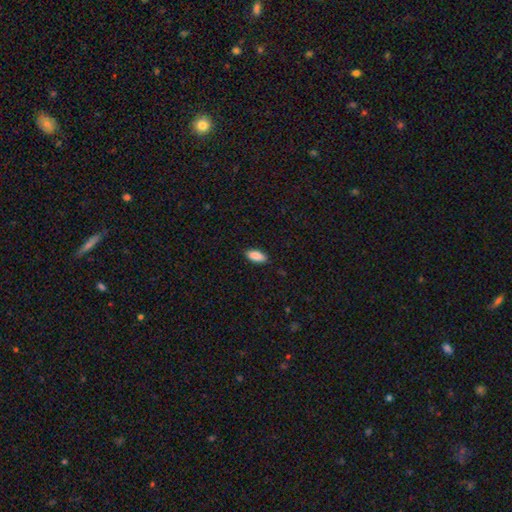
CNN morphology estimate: Q: Smooth or featured?
A: smooth (89%); runner-up: star or artifact (6%)
Q: How rounded?
A: in between (88%); runner-up: cigar-shaped (10%)
Q: Merging?
A: none (88%); runner-up: minor disturbance (9%)